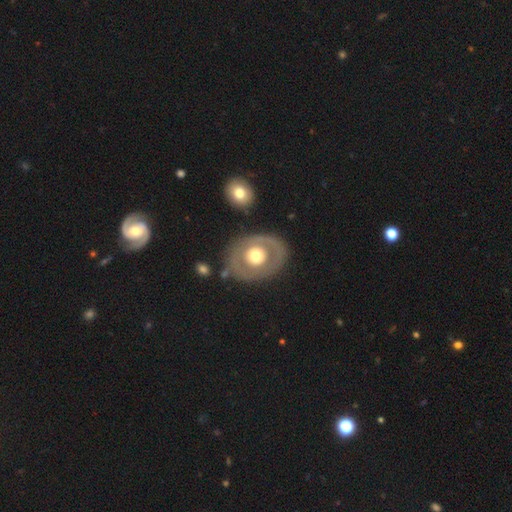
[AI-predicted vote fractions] Smooth or featured? featured or disk (53%)
Edge-on disk? no (94%)
Merging? none (78%)